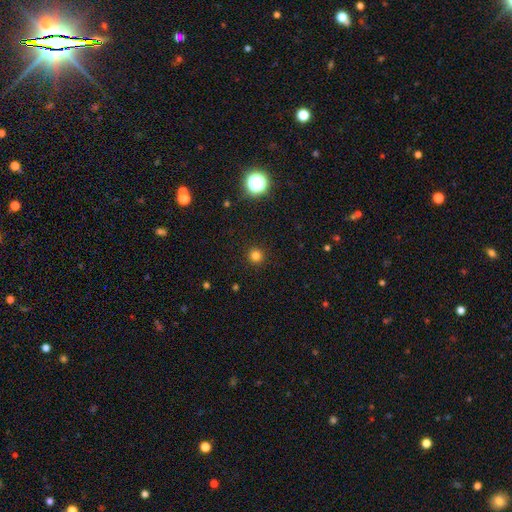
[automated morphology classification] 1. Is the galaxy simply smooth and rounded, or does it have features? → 79% smooth, 16% star or artifact, 4% featured or disk.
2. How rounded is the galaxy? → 96% round, 3% in between, 1% cigar-shaped.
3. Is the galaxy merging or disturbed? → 93% none, 5% minor disturbance, 2% major disturbance, 1% merger.